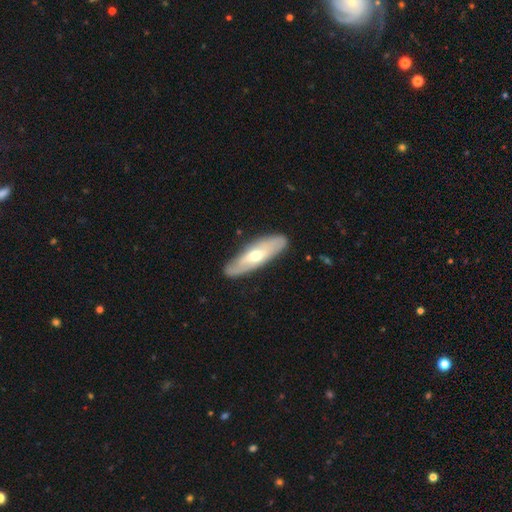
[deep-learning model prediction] Smooth or featured? Predicted: featured or disk (p=0.53). Edge-on disk? Predicted: no (p=0.60). Merging? Predicted: none (p=0.85).